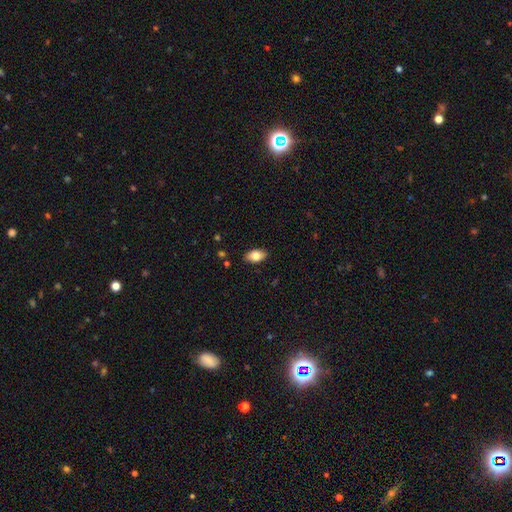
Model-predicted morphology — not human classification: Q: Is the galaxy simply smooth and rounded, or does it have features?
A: smooth — 81%.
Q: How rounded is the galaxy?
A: in between — 92%.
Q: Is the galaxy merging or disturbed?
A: none — 88%.